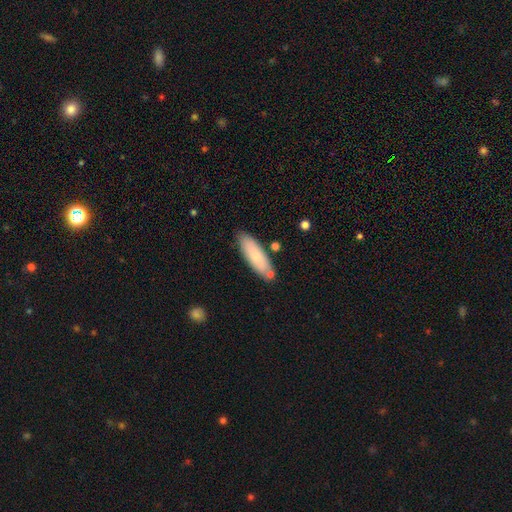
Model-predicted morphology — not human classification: This is likely a smooth galaxy (75%). How rounded: possibly in between (53%). Merging: likely none (77%).